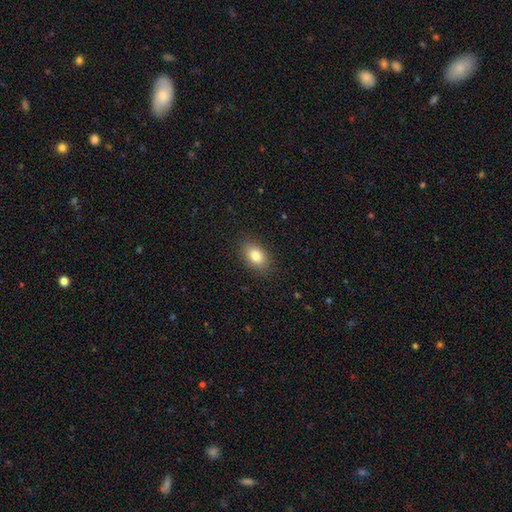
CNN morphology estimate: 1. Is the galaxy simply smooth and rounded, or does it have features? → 83% smooth, 9% star or artifact, 9% featured or disk.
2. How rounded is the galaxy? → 86% in between, 12% round, 2% cigar-shaped.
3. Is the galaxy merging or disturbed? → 88% none, 9% minor disturbance, 3% major disturbance, 1% merger.